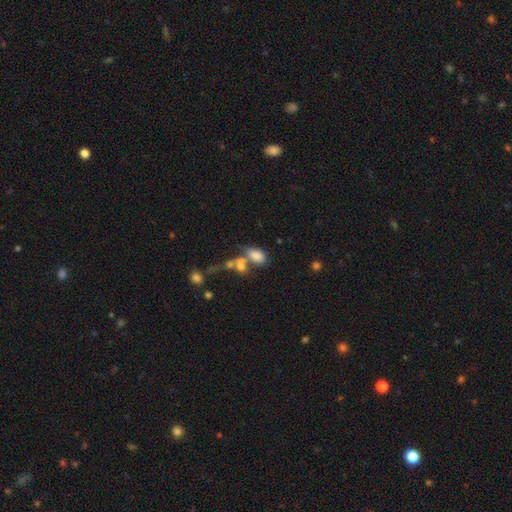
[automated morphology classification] Smooth or featured: smooth — 76% (featured or disk — 13%)
How rounded: in between — 88% (round — 10%)
Merging: merger — 47% (none — 29%)